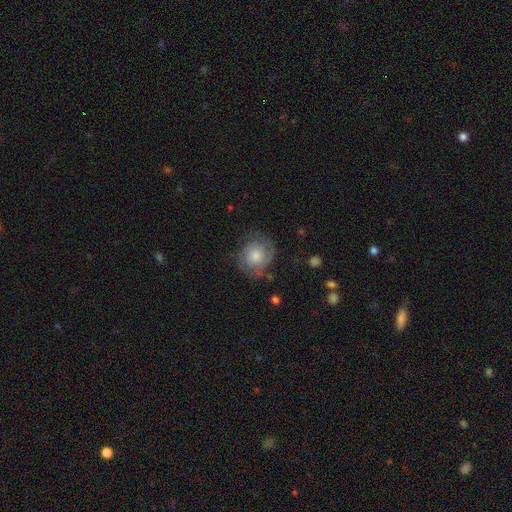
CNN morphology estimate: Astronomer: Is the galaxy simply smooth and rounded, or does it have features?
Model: featured or disk — 62%.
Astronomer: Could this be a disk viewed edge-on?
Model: no — 98%.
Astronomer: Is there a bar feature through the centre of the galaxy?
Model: no — 77%.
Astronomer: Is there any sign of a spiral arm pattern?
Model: yes — 90%.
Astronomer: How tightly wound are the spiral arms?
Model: tight — 59%.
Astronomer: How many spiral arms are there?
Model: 2 — 58%.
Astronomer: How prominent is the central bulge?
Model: moderate — 43% (runner-up: small, 26%).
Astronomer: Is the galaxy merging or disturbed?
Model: none — 70%.